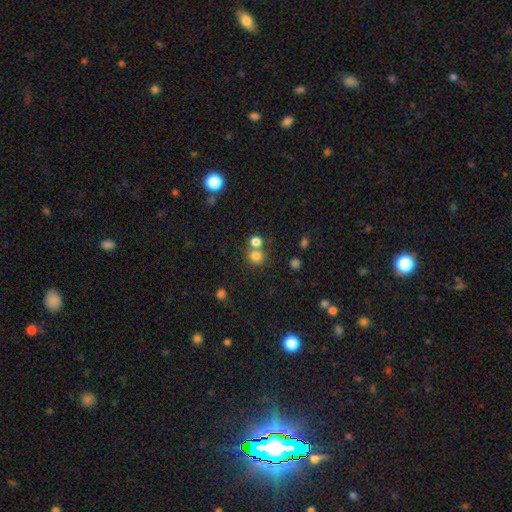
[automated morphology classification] Smooth or featured?
  - smooth: 78% *
  - star or artifact: 15%
  - featured or disk: 8%
How rounded?
  - round: 88% *
  - in between: 11%
  - cigar-shaped: 1%
Merging?
  - none: 56% *
  - merger: 34%
  - minor disturbance: 7%
  - major disturbance: 3%